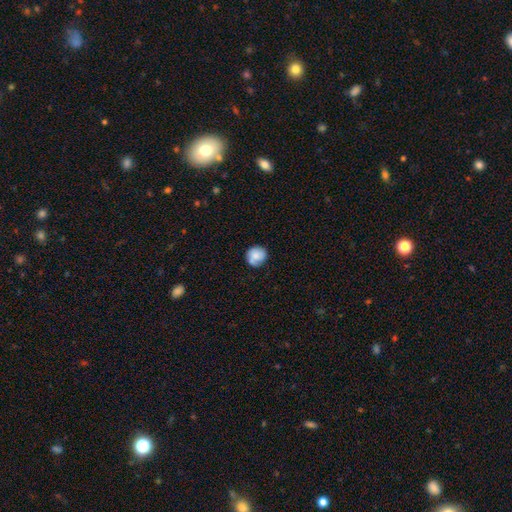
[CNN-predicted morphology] Smooth or featured? smooth (75%)
How rounded? round (88%)
Merging? none (75%)